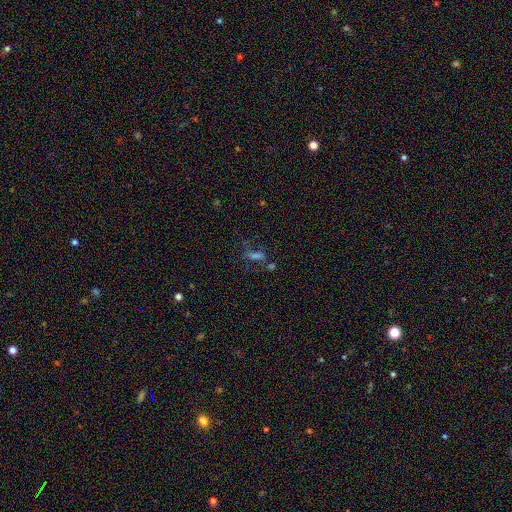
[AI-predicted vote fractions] smooth 40%, star or artifact 39%, featured or disk 21%. Down the decision tree: merging — none (51%).